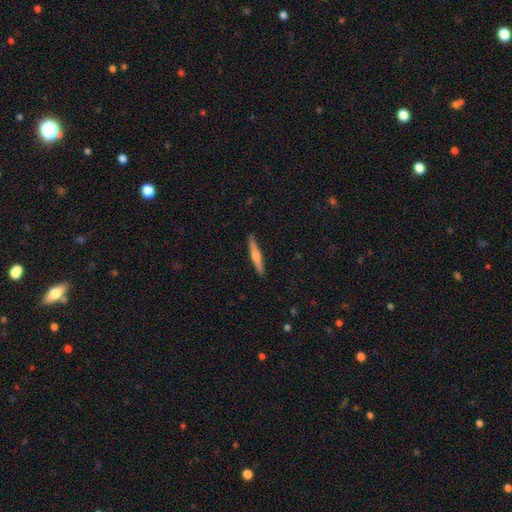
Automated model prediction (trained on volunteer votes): featured or disk 60%, smooth 34%, star or artifact 6%. Down the decision tree: edge-on disk — yes (98%); edge-on bulge — rounded (82%); merging — none (91%).